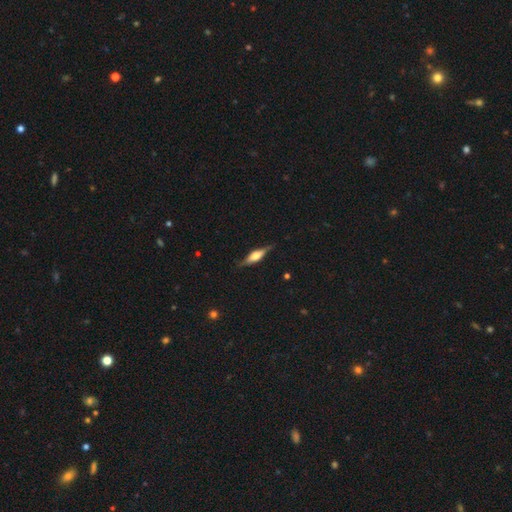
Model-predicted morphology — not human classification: type=featured or disk (67%); edge-on=yes (96%); edge-on bulge=rounded (83%); merging=none (84%).